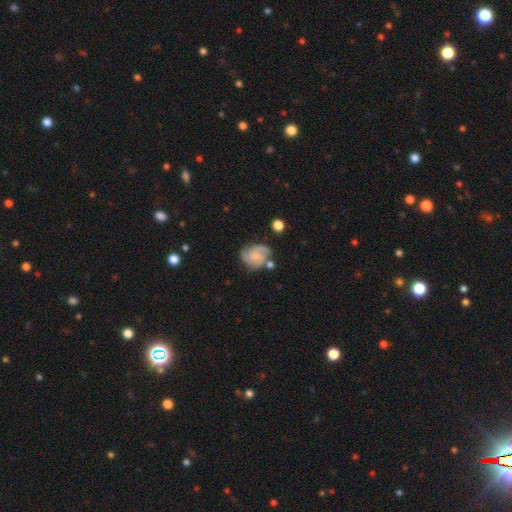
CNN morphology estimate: This is likely a featured or disk galaxy (63%). It is clearly not viewed edge-on (98%). Bar: likely no (68%). Spiral arm pattern: clearly yes (89%). Spiral arm count: marginally 3 (39%). Spiral winding: marginally medium (43%). Central bulge: possibly small (47%). Merging: possibly none (54%).